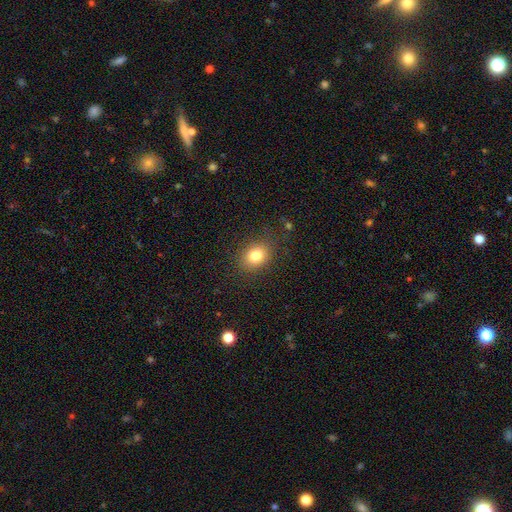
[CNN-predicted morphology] Q: Smooth or featured?
A: smooth (81%); runner-up: star or artifact (11%)
Q: How rounded?
A: in between (58%); runner-up: round (41%)
Q: Merging?
A: none (84%); runner-up: minor disturbance (11%)